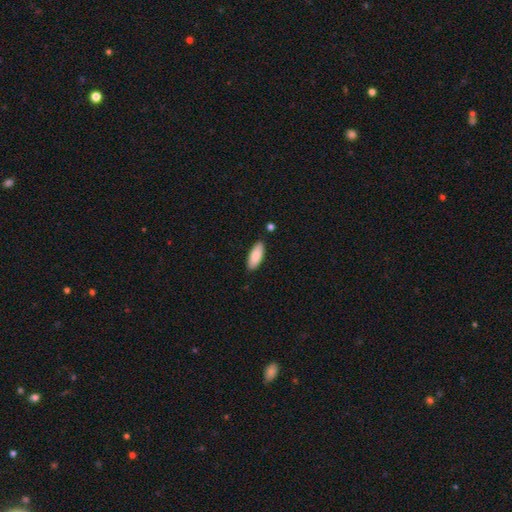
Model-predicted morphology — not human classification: Overall: smooth (86%). How rounded: in between (78%). Merging: none (86%).